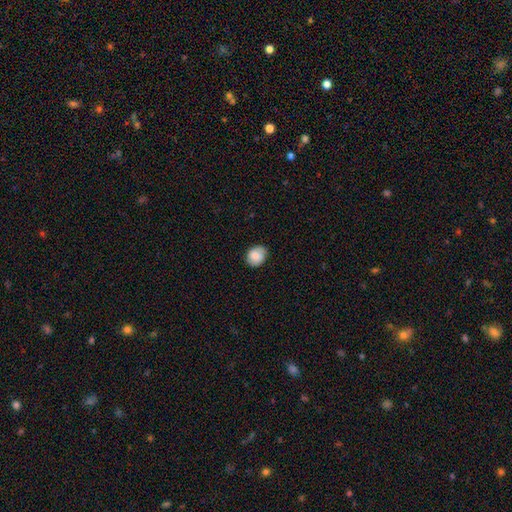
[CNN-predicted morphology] A smooth galaxy with no disk features (81%) that is round (55%).

Vote fractions:
- Smooth or featured? smooth: 81% / featured or disk: 12% / star or artifact: 8%
- How rounded? round: 55% / in between: 44% / cigar-shaped: 1%
- Merging? none: 77% / minor disturbance: 18% / major disturbance: 4% / merger: 1%